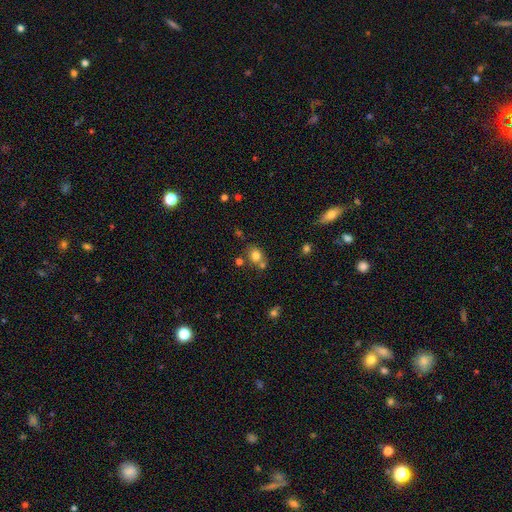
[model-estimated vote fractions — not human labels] This is likely a smooth galaxy (77%). How rounded: likely round (61%). Merging: possibly none (59%).